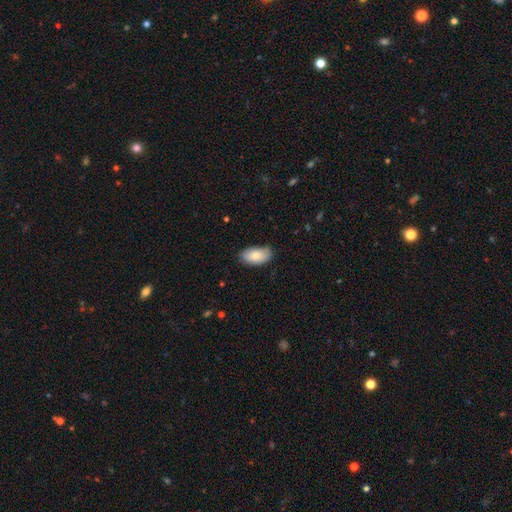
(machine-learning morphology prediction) A smooth galaxy with no disk features (80%) that is in between round and cigar-shaped (95%).

Vote fractions:
- Smooth or featured? smooth: 80% / featured or disk: 14% / star or artifact: 6%
- How rounded? in between: 95% / round: 3% / cigar-shaped: 2%
- Merging? none: 77% / minor disturbance: 19% / major disturbance: 3% / merger: 1%